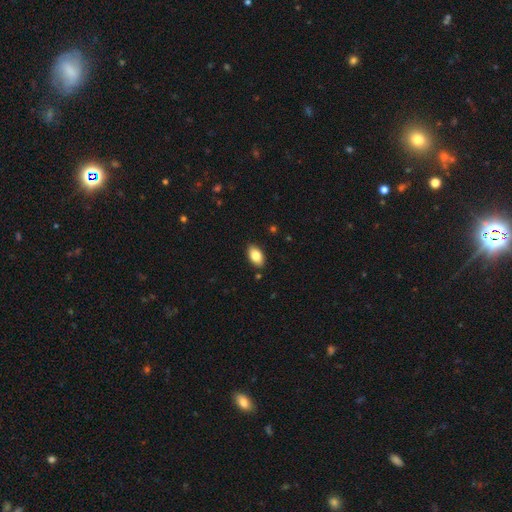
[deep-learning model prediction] This appears to be a smooth galaxy with no disk features (84%) that is in between round and cigar-shaped (93%). Merging: none (88%).